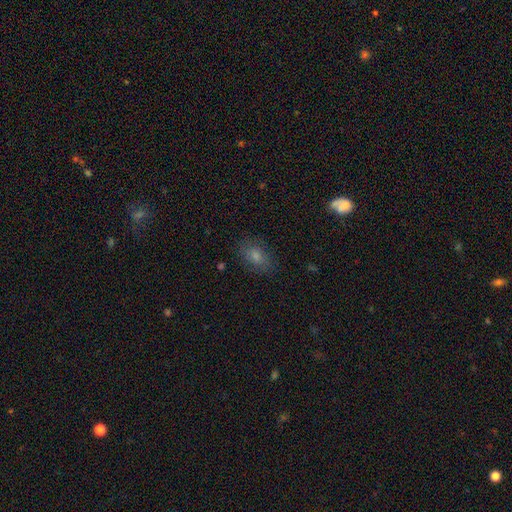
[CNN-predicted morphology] A smooth galaxy with no disk features (62%) that is in between round and cigar-shaped (79%). Merging: none (82%).